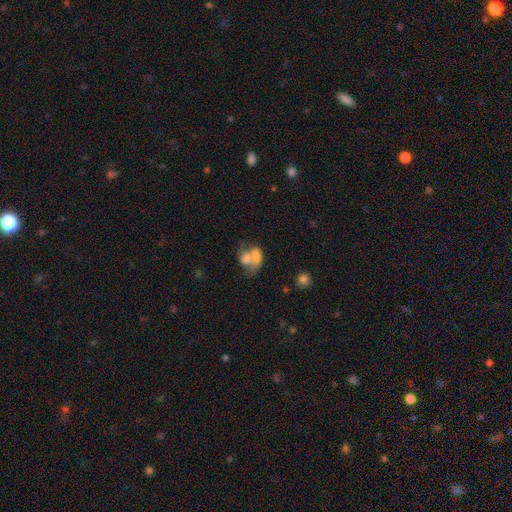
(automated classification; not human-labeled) smooth_or_featured: smooth (p=0.66) [alt: featured or disk p=0.24]
how_rounded: in between (p=0.75) [alt: round p=0.23]
merging: merger (p=0.70) [alt: none p=0.14]